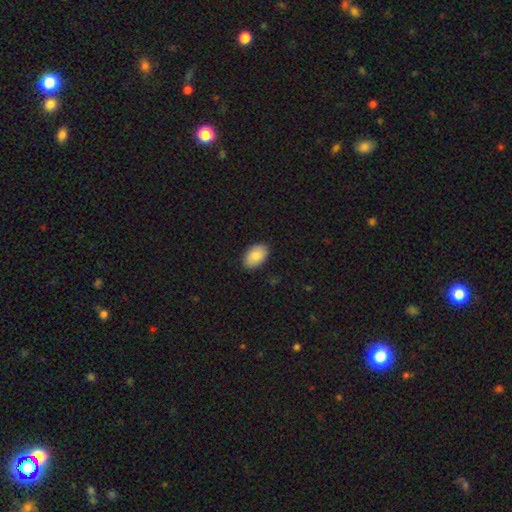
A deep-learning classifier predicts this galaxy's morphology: Smooth or featured?
  - smooth: 88% *
  - star or artifact: 6%
  - featured or disk: 6%
How rounded?
  - in between: 92% *
  - round: 7%
  - cigar-shaped: 1%
Merging?
  - none: 88% *
  - minor disturbance: 10%
  - major disturbance: 2%
  - merger: 1%